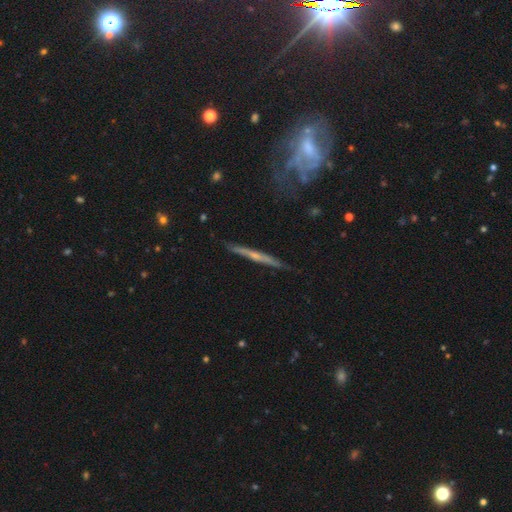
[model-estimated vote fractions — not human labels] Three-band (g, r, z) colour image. It shows a featured or disk galaxy (70%) viewed edge-on (94%) with a rounded central bulge (50%). Merging: none (81%).